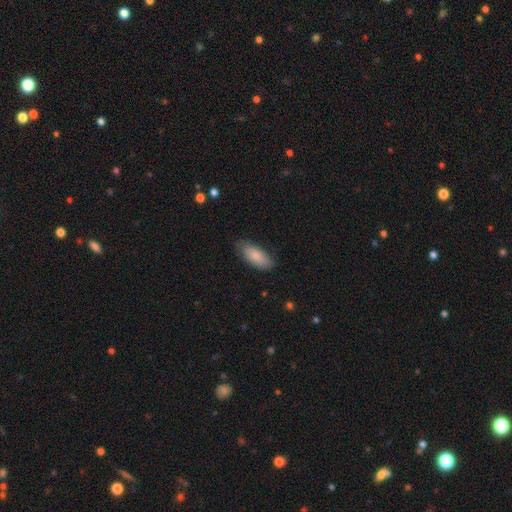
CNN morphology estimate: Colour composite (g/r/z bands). It shows a smooth galaxy with no disk features (82%) that is in between round and cigar-shaped (84%). Merging: none (77%).